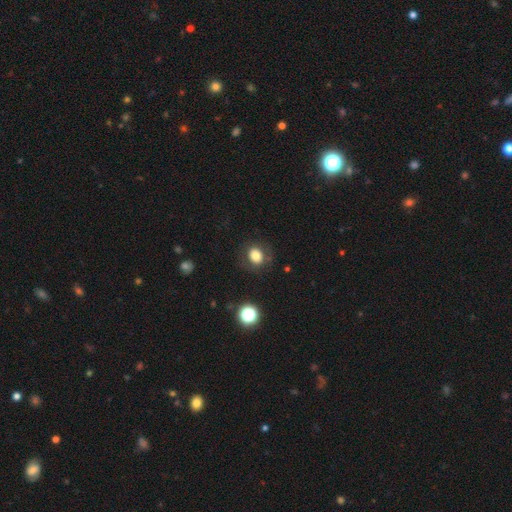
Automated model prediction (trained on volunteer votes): smooth 76%, featured or disk 12%, star or artifact 11%. Down the decision tree: how rounded — round (58%); merging — none (80%).